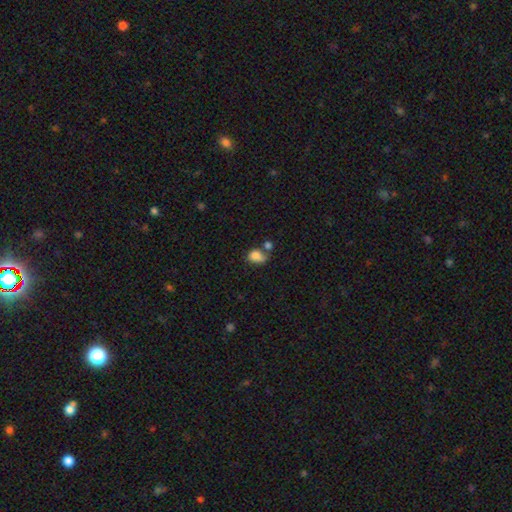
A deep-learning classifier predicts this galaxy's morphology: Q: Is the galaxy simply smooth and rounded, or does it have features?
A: smooth — 81%.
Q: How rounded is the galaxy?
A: in between — 70%.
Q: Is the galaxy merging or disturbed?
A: none — 34%.